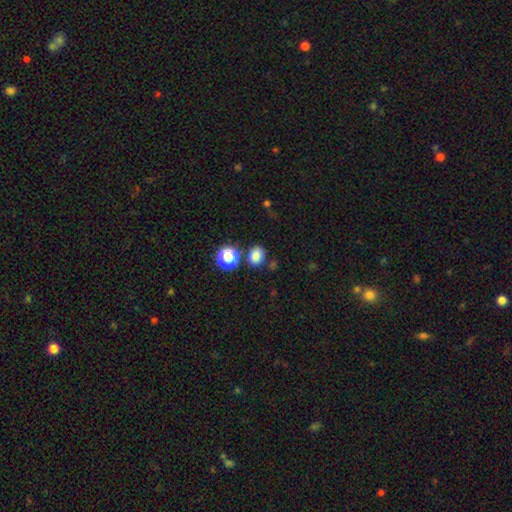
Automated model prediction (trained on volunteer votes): A smooth galaxy with no disk features (81%) that is round (60%). Merging: none (78%).